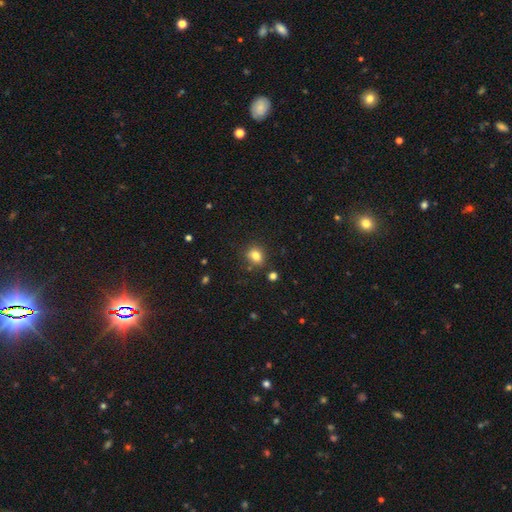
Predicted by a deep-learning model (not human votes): Smooth or featured? Predicted: smooth (p=0.80). How rounded? Predicted: round (p=0.61). Merging? Predicted: none (p=0.79).